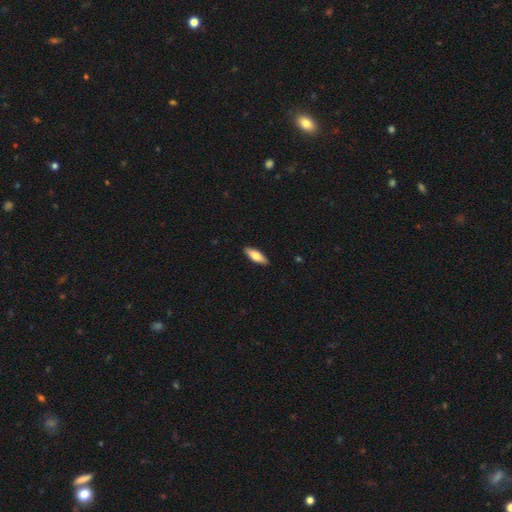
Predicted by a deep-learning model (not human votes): Morphology: type=smooth (70%); roundness=in between (55%); merging=none (90%).